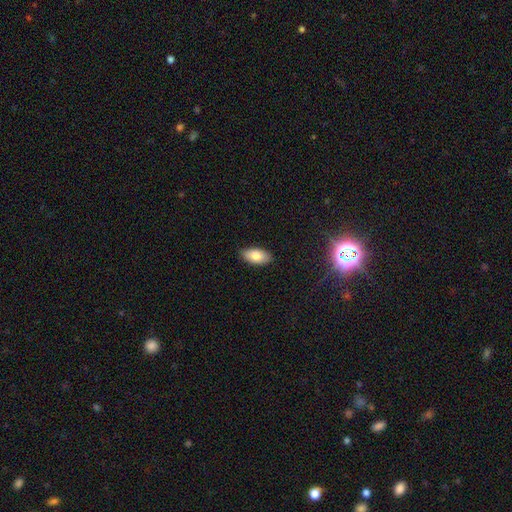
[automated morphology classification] Overall: smooth (82%). How rounded: in between (94%). Merging: none (85%).